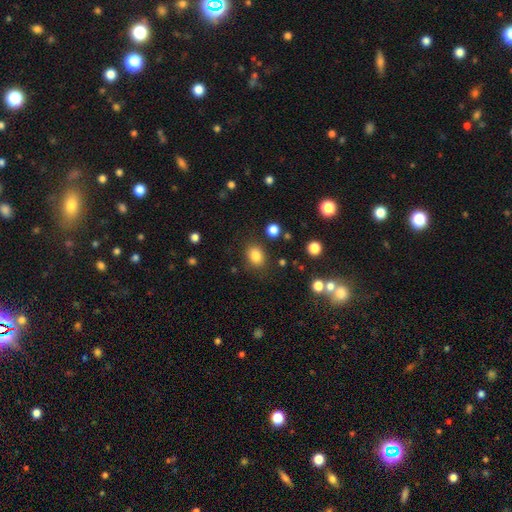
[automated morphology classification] Smooth or featured? smooth (83%)
How rounded? in between (52%)
Merging? none (82%)